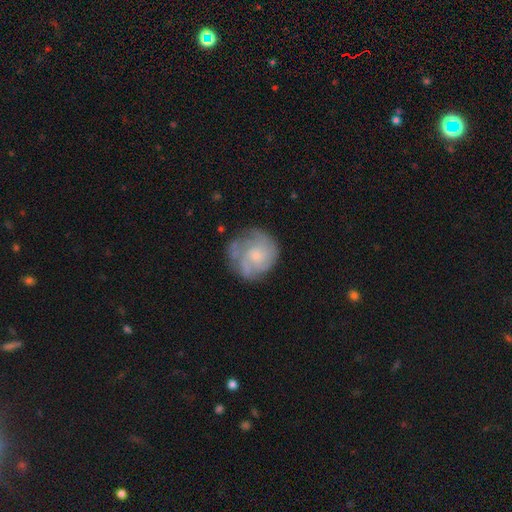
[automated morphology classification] smooth_or_featured: featured or disk (p=0.65) [alt: smooth p=0.28]
disk_edge_on: no (p=0.98) [alt: yes p=0.02]
bar: no (p=0.79) [alt: weak p=0.19]
has_spiral_arms: yes (p=0.82) [alt: no p=0.18]
spiral_winding: tight (p=0.55) [alt: medium p=0.33]
spiral_arm_count: can't tell (p=0.42) [alt: 3 p=0.21]
bulge_size: small (p=0.62) [alt: moderate p=0.26]
merging: none (p=0.66) [alt: minor disturbance p=0.21]